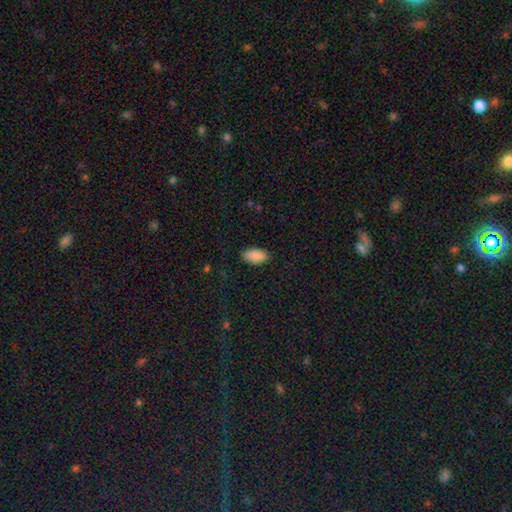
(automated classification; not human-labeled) Overall: smooth (90%). How rounded: in between (94%). Merging: none (85%).